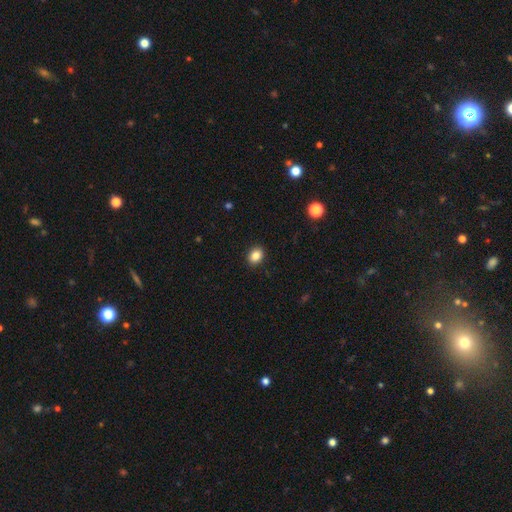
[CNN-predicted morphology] Smooth or featured? Predicted: smooth (p=0.85). How rounded? Predicted: round (p=0.50). Merging? Predicted: none (p=0.91).